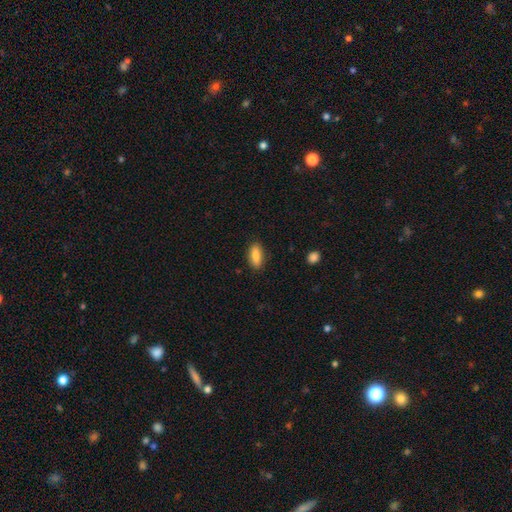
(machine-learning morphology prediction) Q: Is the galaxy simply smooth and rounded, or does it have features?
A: smooth — 86%.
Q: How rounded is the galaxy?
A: in between — 75%.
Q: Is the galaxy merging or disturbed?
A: none — 86%.